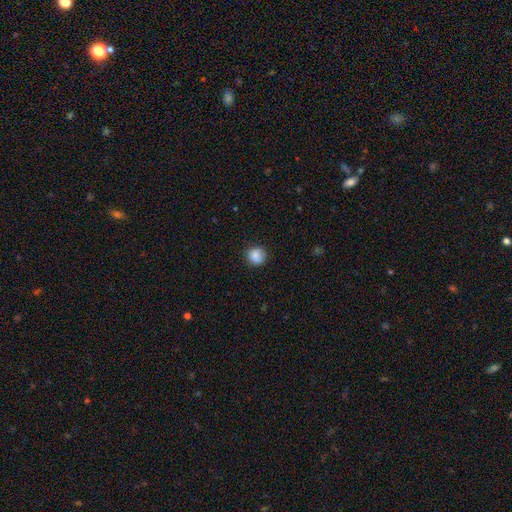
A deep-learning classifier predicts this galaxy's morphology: Overall: smooth (87%). How rounded: round (89%). Merging: none (84%).